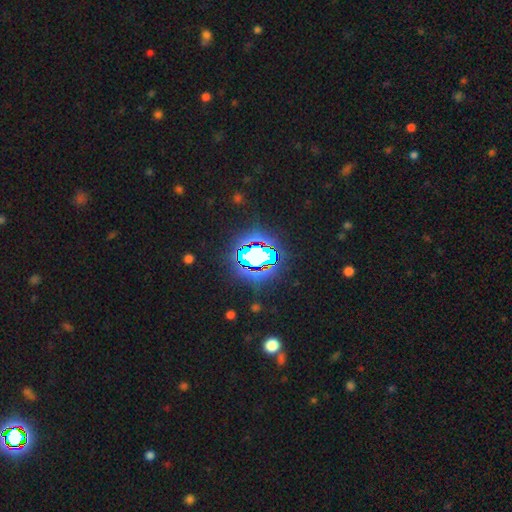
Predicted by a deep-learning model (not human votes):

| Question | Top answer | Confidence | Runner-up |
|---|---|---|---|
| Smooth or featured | star or artifact | 71% | smooth (18%) |